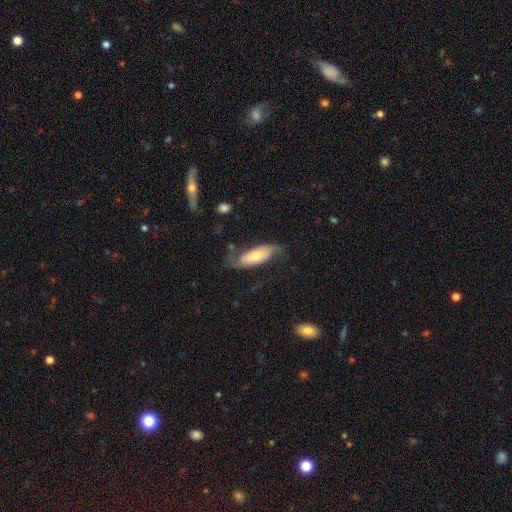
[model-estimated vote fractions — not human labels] Smooth or featured? Predicted: smooth (p=0.47, tied with featured or disk). Merging? Predicted: none (p=0.57).